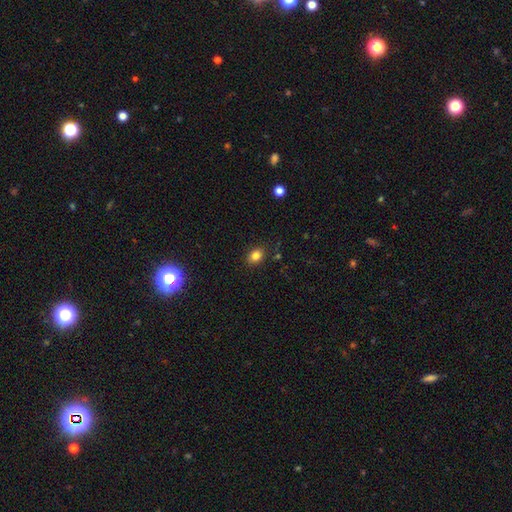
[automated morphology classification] smooth 82%, star or artifact 11%, featured or disk 6%. Down the decision tree: how rounded — in between (65%); merging — none (86%).